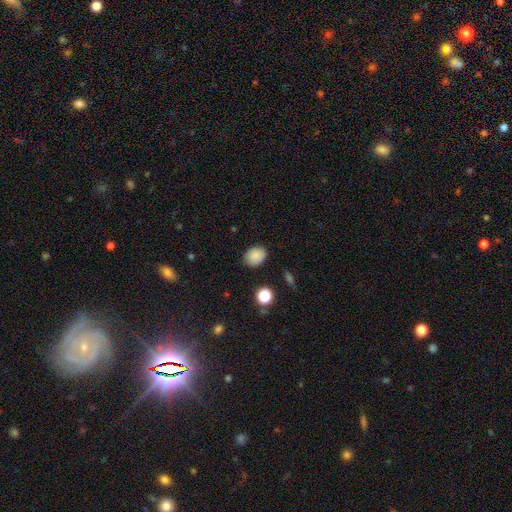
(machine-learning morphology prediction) A smooth galaxy with no disk features (85%) that is in between round and cigar-shaped (65%).

Vote fractions:
- Smooth or featured? smooth: 85% / star or artifact: 10% / featured or disk: 5%
- How rounded? in between: 65% / round: 34% / cigar-shaped: 1%
- Merging? none: 81% / minor disturbance: 14% / major disturbance: 3% / merger: 2%